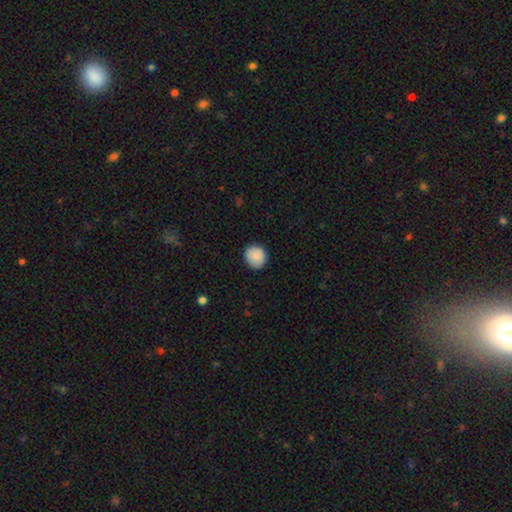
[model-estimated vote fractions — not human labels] Morphology: type=smooth (89%); roundness=round (87%); merging=none (89%).